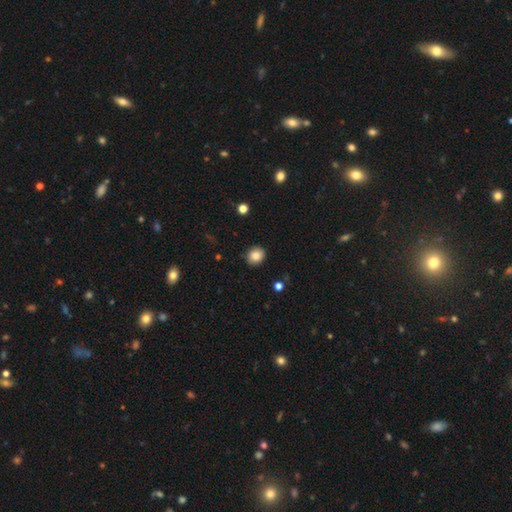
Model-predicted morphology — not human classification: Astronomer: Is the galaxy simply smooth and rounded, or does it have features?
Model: smooth — 84%.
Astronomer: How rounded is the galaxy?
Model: round — 76%.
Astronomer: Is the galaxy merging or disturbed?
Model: none — 89%.